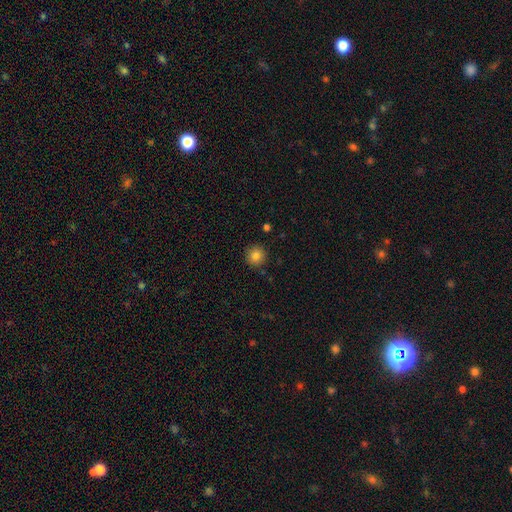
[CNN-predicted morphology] Overall: smooth (85%). How rounded: round (94%). Merging: none (90%).